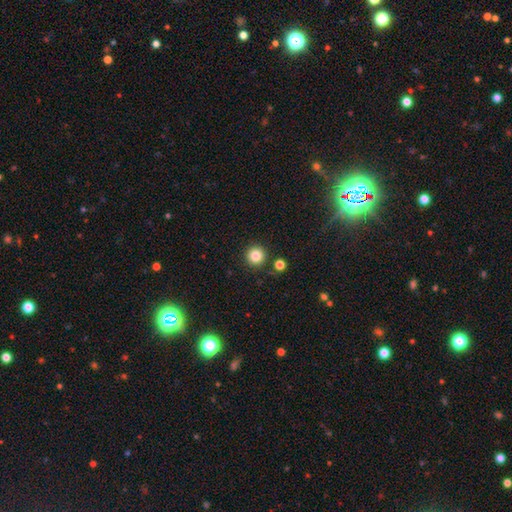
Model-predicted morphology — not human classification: The model was most divided on "smooth or featured": smooth: 84%, star or artifact: 11%, featured or disk: 5%. More confident: how rounded — round (95%); merging — none (89%).